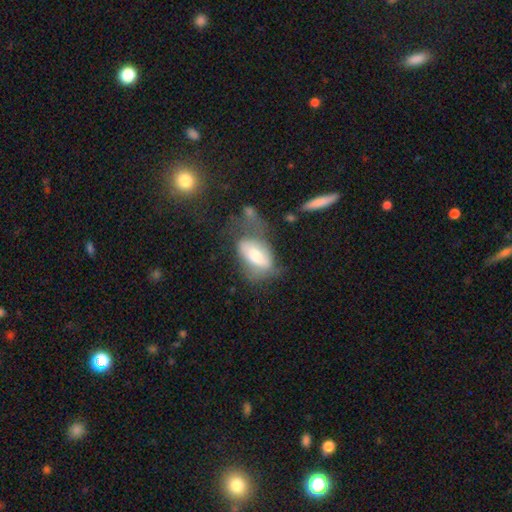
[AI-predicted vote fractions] Smooth or featured: smooth — 60% (featured or disk — 33%)
How rounded: in between — 90% (round — 5%)
Merging: major disturbance — 42% (none — 25%)